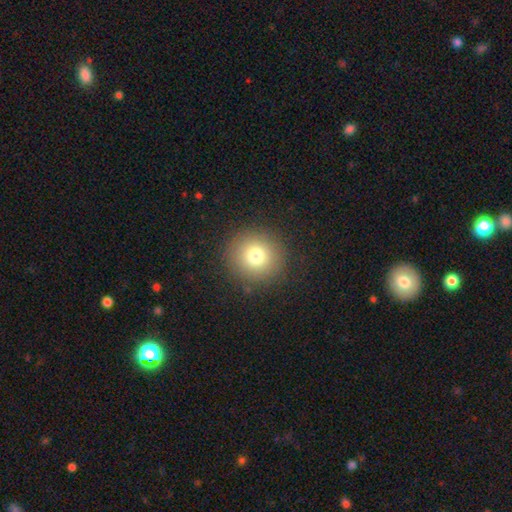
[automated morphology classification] A smooth galaxy with no disk features (78%) that is round (94%).

Vote fractions:
- Smooth or featured? smooth: 78% / star or artifact: 13% / featured or disk: 9%
- How rounded? round: 94% / in between: 5% / cigar-shaped: 1%
- Merging? none: 89% / minor disturbance: 6% / major disturbance: 3% / merger: 1%